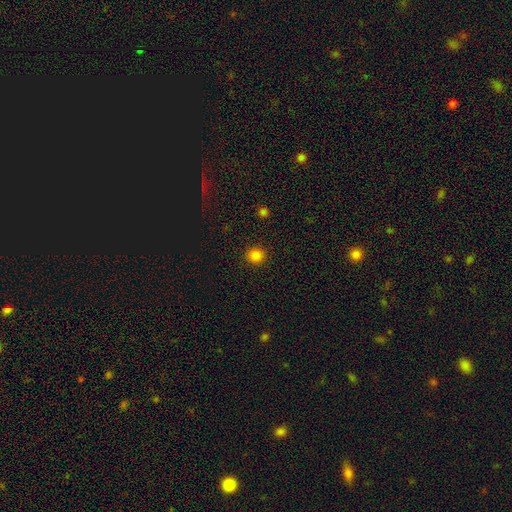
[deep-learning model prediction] smooth_or_featured: smooth (p=0.83) [alt: star or artifact p=0.13]
how_rounded: round (p=0.89) [alt: in between p=0.10]
merging: none (p=0.92) [alt: minor disturbance p=0.05]